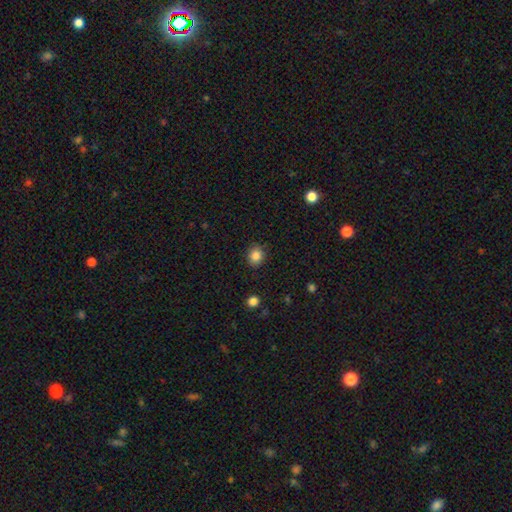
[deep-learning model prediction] Q: Smooth or featured?
A: smooth (85%); runner-up: star or artifact (11%)
Q: How rounded?
A: round (78%); runner-up: in between (21%)
Q: Merging?
A: none (87%); runner-up: minor disturbance (9%)